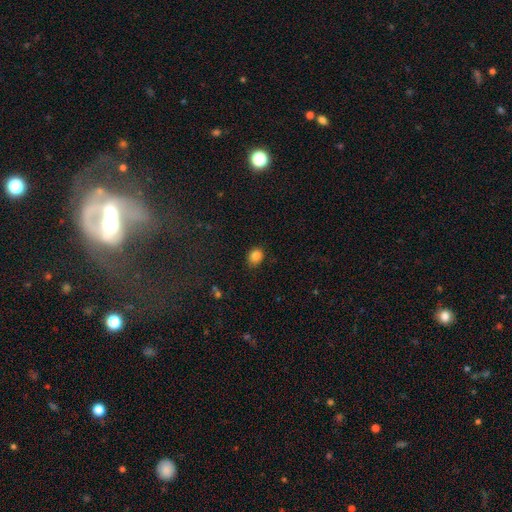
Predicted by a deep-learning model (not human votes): This appears to be a smooth galaxy with no disk features (84%) that is round (53%). Merging: none (81%).